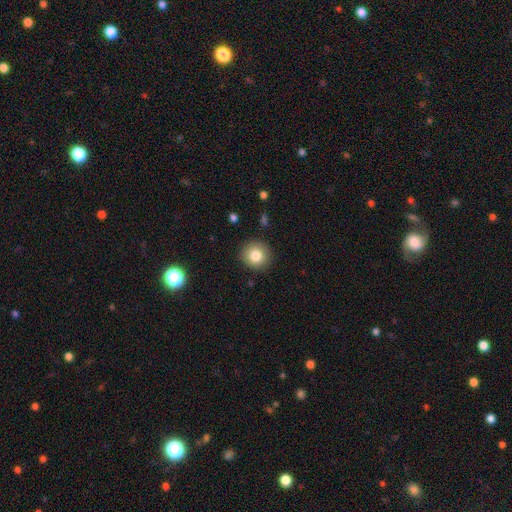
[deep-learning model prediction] smooth 81%, star or artifact 10%, featured or disk 9%. Down the decision tree: how rounded — round (91%); merging — none (90%).